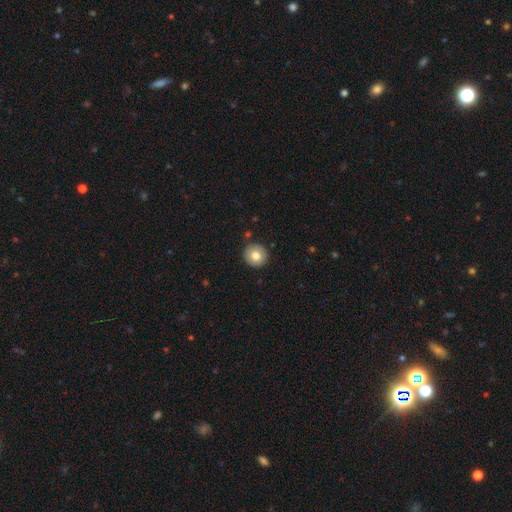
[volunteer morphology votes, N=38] Volunteers were most divided on "smooth or featured": smooth: 84%, featured or disk: 8%, star or artifact: 8%. More confident: merging — none (97%); how rounded — round (97%).